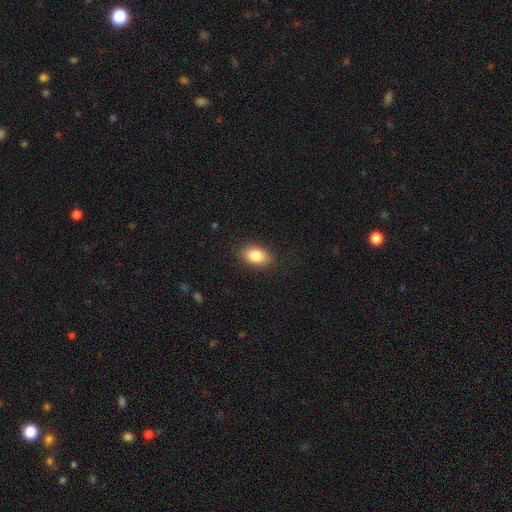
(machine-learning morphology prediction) A smooth galaxy with no disk features (84%) that is in between round and cigar-shaped (88%). Merging: none (87%).